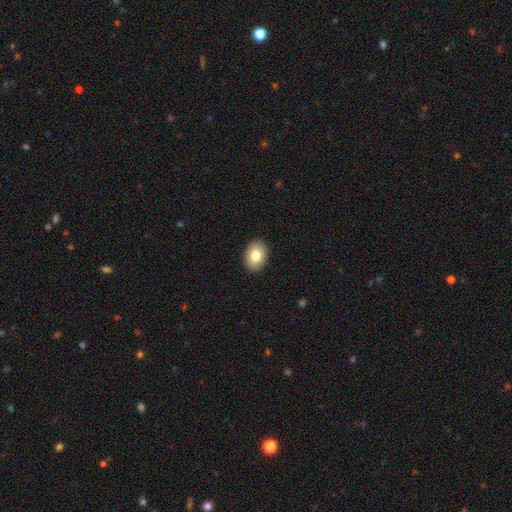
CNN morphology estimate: This is clearly a smooth galaxy (80%). How rounded: likely in between (74%). Merging: clearly none (91%).